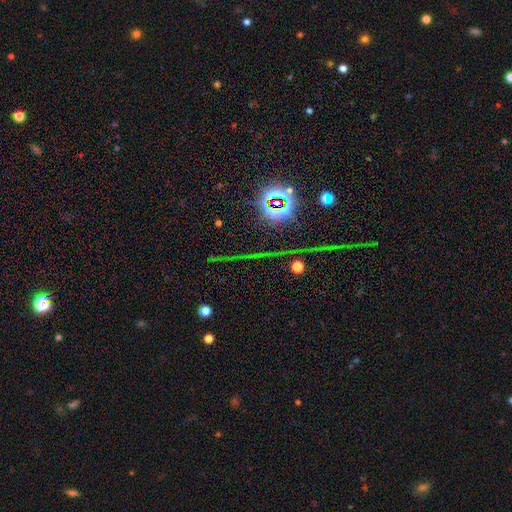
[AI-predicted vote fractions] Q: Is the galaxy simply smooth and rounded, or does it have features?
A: star or artifact — 81%.